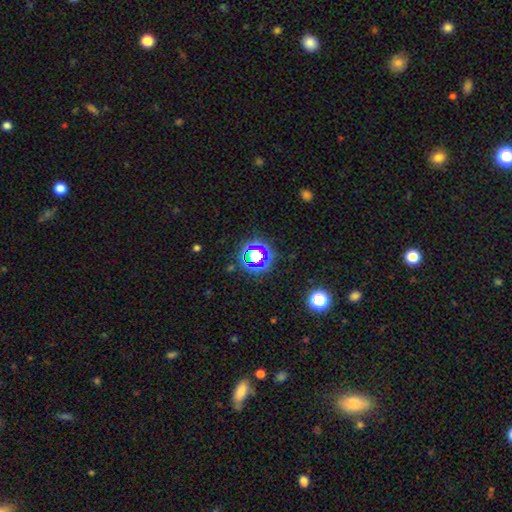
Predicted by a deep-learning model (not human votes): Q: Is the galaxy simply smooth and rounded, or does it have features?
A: star or artifact — 62%.